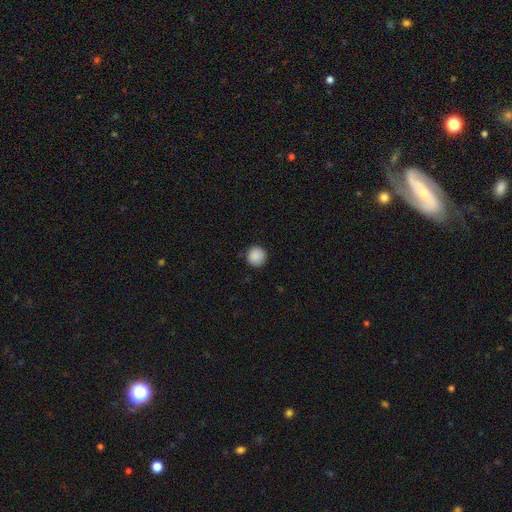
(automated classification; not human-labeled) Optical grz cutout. It shows a smooth galaxy with no disk features (89%) that is round (95%). Merging: none (91%).